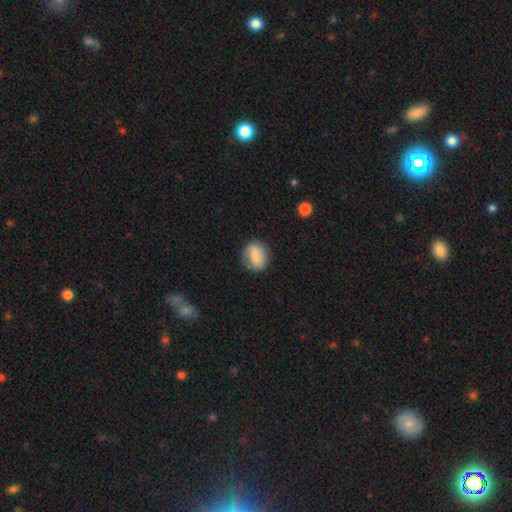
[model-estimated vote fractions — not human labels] The model was most divided on "how rounded": in between: 53%, round: 46%, cigar-shaped: 2%. More confident: smooth or featured — smooth (82%); merging — none (77%).